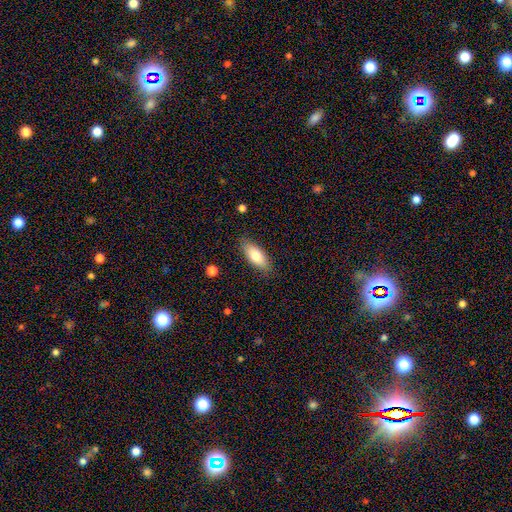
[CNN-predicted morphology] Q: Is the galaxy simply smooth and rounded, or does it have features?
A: smooth — 78%.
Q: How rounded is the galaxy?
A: in between — 79%.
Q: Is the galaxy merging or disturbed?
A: none — 84%.